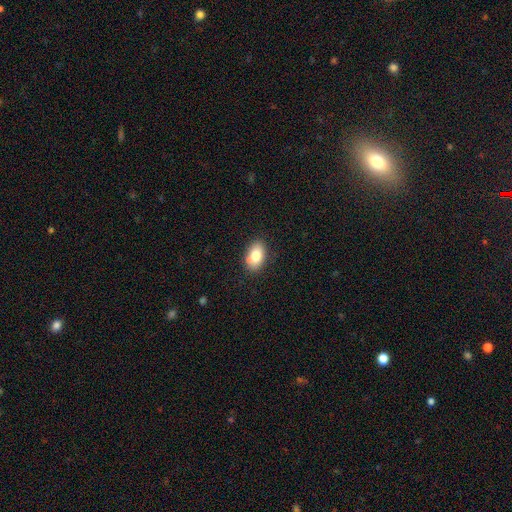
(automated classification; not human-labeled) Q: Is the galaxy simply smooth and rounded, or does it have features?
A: smooth — 79%.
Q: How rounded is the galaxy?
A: in between — 88%.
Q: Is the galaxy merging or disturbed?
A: none — 75%.